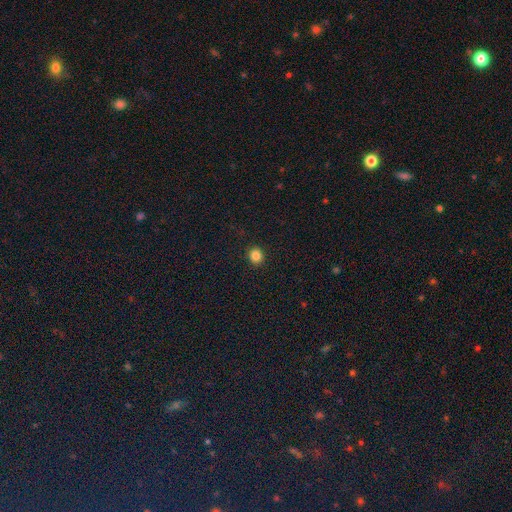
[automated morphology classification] This is clearly a smooth galaxy (84%). How rounded: clearly round (83%). Merging: clearly none (93%).